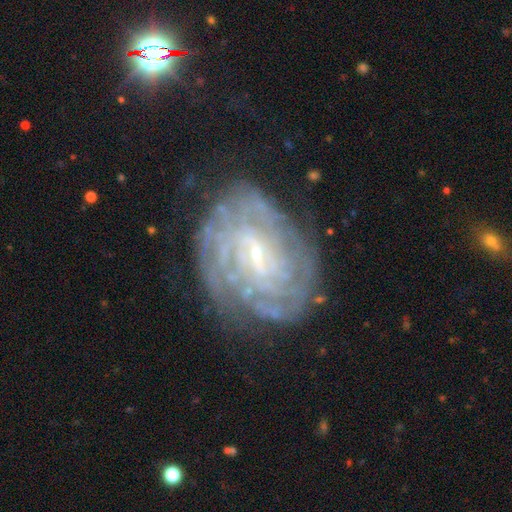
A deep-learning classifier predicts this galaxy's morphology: featured or disk 83%, smooth 9%, star or artifact 8%. Down the decision tree: edge-on disk — no (97%); bar — weak (53%); spiral arms — yes (91%); spiral arm count — can't tell (48%); spiral winding — tight (77%); bulge size — small (78%); merging — none (74%).